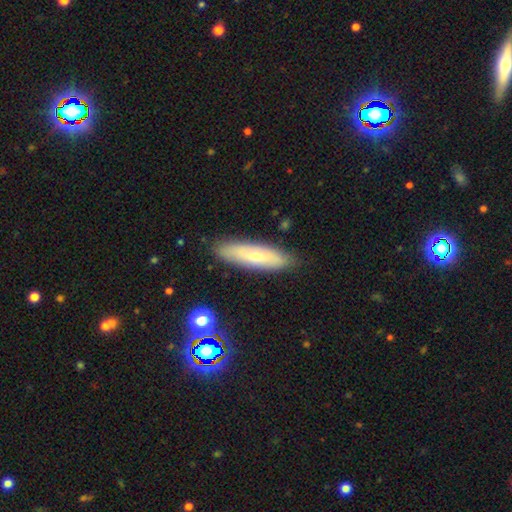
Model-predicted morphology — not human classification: Q: Smooth or featured?
A: smooth (61%); runner-up: featured or disk (31%)
Q: How rounded?
A: cigar-shaped (67%); runner-up: in between (31%)
Q: Merging?
A: none (86%); runner-up: minor disturbance (10%)